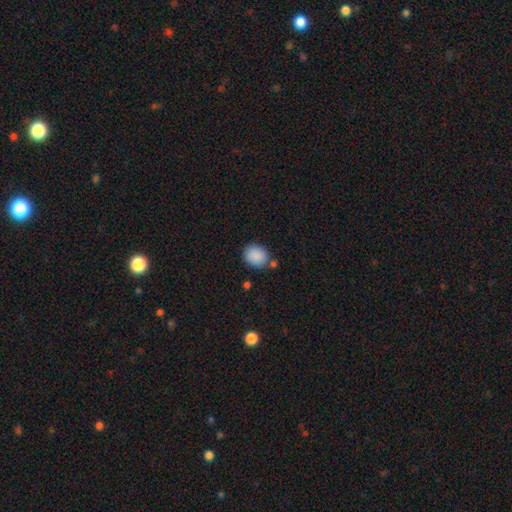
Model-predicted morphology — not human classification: Q: Smooth or featured?
A: smooth (89%); runner-up: star or artifact (8%)
Q: How rounded?
A: round (60%); runner-up: in between (39%)
Q: Merging?
A: none (76%); runner-up: minor disturbance (13%)